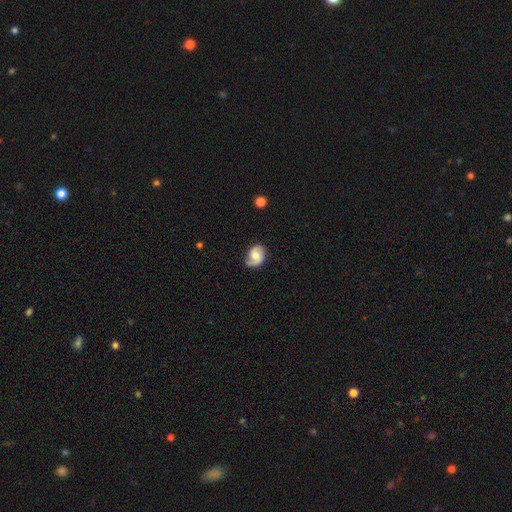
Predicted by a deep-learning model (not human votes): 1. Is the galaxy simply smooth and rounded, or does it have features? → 67% featured or disk, 27% smooth, 7% star or artifact.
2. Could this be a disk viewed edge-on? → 98% no, 2% yes.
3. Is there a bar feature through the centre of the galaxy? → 51% no, 41% weak, 8% strong.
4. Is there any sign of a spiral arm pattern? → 92% yes, 8% no.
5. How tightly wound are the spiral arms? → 46% medium, 27% tight, 27% loose.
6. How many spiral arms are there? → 82% 2, 10% 1, 6% can't tell, 1% 3, 1% 4, 1% more than 4.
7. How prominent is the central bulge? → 62% moderate, 25% small, 7% large, 4% none, 1% dominant.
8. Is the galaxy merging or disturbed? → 74% none, 19% minor disturbance, 5% major disturbance, 1% merger.